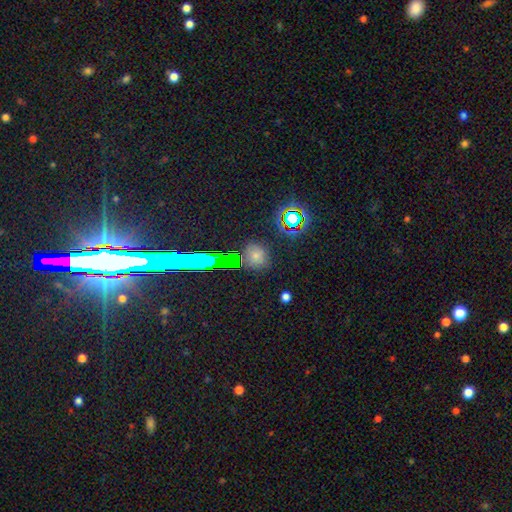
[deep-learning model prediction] A smooth galaxy with no disk features (58%) that is round (73%).

Vote fractions:
- Smooth or featured? smooth: 58% / star or artifact: 33% / featured or disk: 9%
- How rounded? round: 73% / in between: 24% / cigar-shaped: 3%
- Merging? none: 83% / minor disturbance: 11% / major disturbance: 4% / merger: 3%